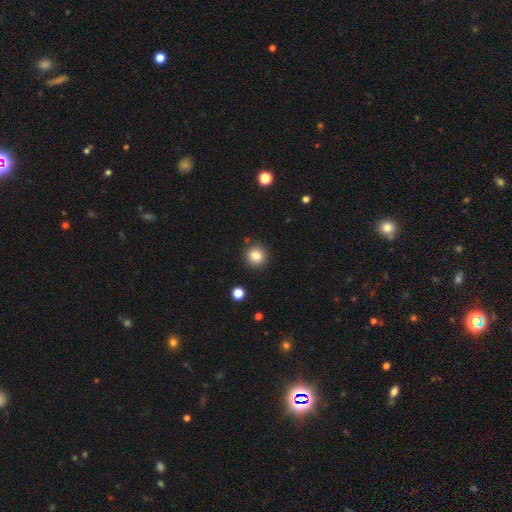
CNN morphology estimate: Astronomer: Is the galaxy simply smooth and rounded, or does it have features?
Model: smooth — 85%.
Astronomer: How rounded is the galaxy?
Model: round — 92%.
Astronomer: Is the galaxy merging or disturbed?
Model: none — 89%.